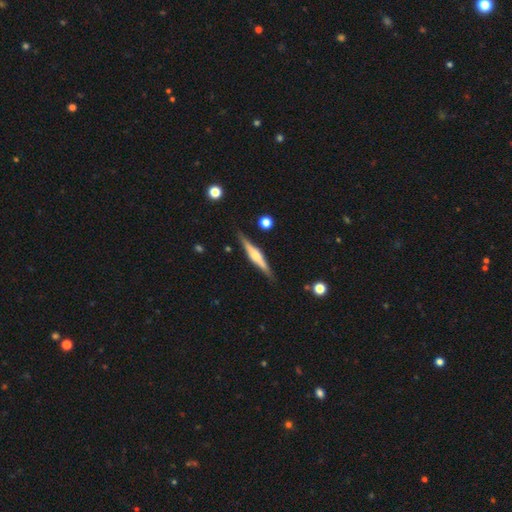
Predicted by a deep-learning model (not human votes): Smooth or featured?
  - featured or disk: 72% *
  - smooth: 23%
  - star or artifact: 6%
Edge-on disk?
  - yes: 98% *
  - no: 2%
Edge-on bulge?
  - rounded: 77% *
  - boxy: 17%
  - none: 6%
Merging?
  - none: 88% *
  - minor disturbance: 9%
  - major disturbance: 2%
  - merger: 2%